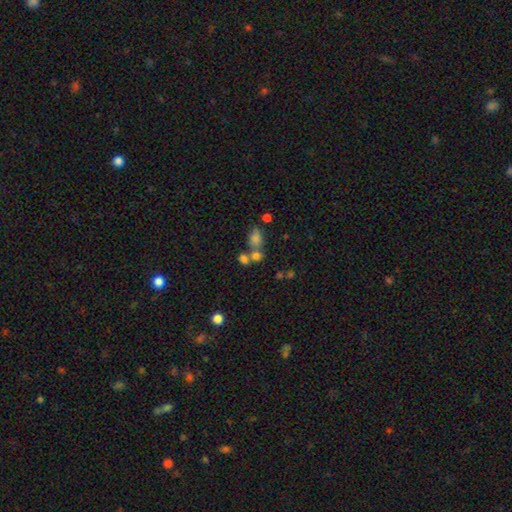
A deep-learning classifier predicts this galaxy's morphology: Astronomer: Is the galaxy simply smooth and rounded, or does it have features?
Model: smooth — 70%.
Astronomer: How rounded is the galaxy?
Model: round — 60% (runner-up: in between, 38%).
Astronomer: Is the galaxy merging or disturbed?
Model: merger — 45% (runner-up: none, 40%).